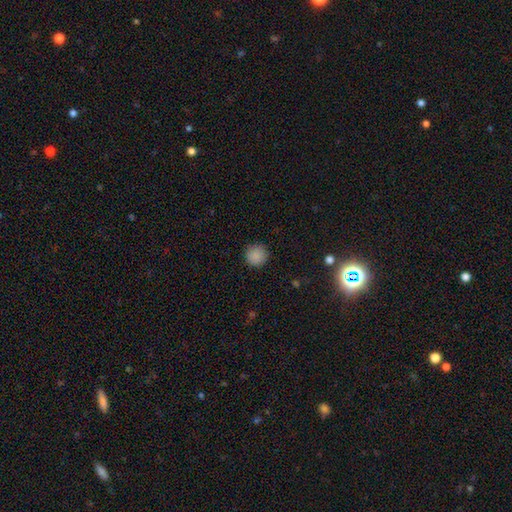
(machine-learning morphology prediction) smooth-or-featured: smooth: 88% | star or artifact: 9% | featured or disk: 3%
  how-rounded: round: 95% | in between: 4% | cigar-shaped: 1%
  merging: none: 91% | minor disturbance: 6% | major disturbance: 2% | merger: 1%